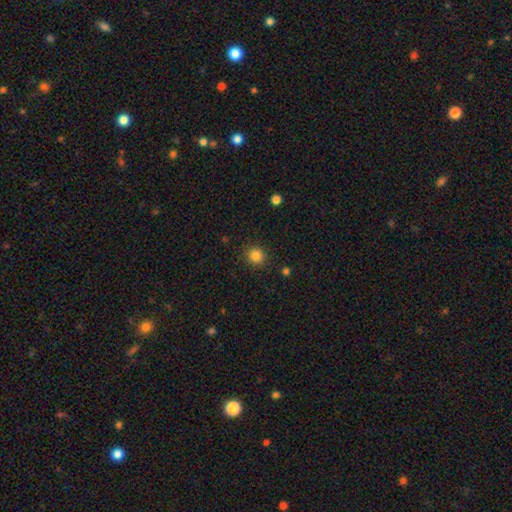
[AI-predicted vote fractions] This appears to be a smooth galaxy with no disk features (84%) that is round (92%). Merging: none (90%).